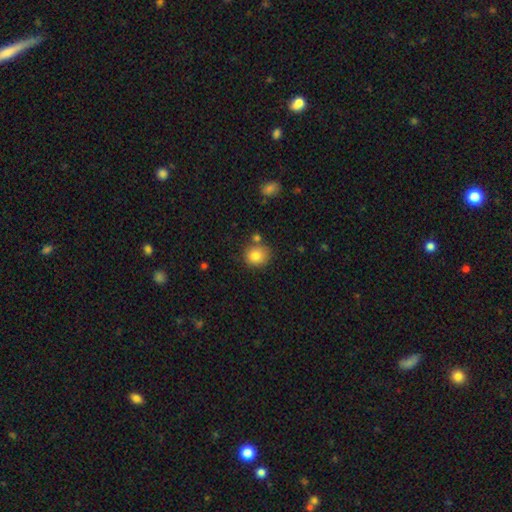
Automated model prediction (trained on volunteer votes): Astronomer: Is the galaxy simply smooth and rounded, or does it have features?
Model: smooth — 83%.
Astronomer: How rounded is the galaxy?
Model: round — 82%.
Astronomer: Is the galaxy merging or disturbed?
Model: none — 73%.